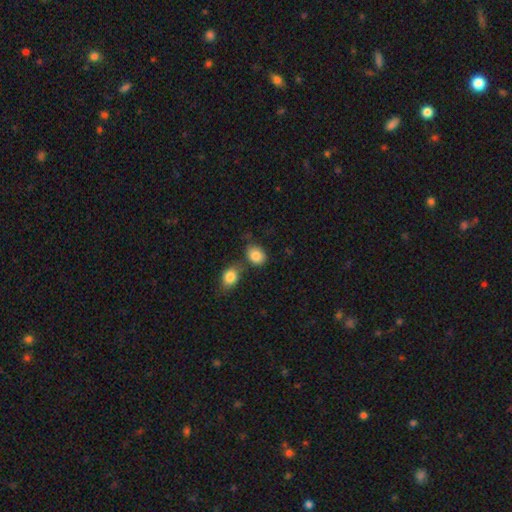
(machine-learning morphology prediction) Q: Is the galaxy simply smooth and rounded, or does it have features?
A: smooth — 85%.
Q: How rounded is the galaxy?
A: in between — 59%.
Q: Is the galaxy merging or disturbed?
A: none — 56%.